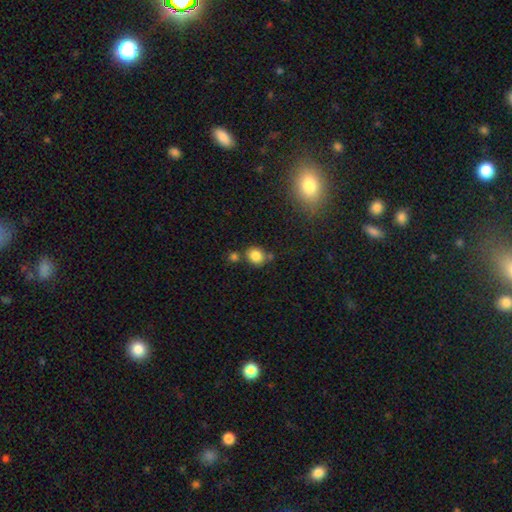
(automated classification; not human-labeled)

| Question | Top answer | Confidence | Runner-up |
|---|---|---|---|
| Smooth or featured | smooth | 83% | star or artifact (11%) |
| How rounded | round | 74% | in between (25%) |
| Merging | none | 66% | merger (16%) |